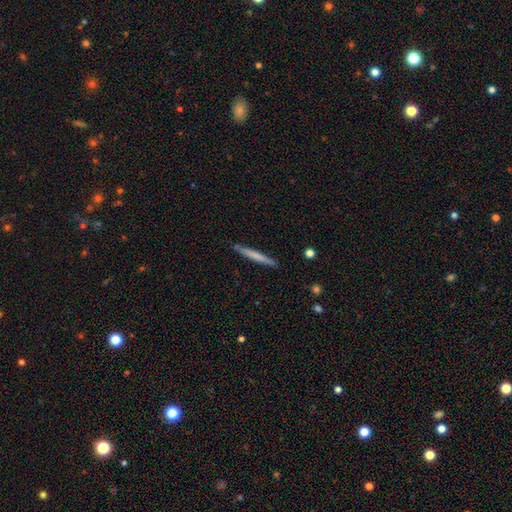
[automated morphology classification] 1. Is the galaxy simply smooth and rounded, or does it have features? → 62% smooth, 33% featured or disk, 5% star or artifact.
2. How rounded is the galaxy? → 97% cigar-shaped, 2% in between, 1% round.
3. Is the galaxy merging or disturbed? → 89% none, 8% minor disturbance, 2% merger, 1% major disturbance.